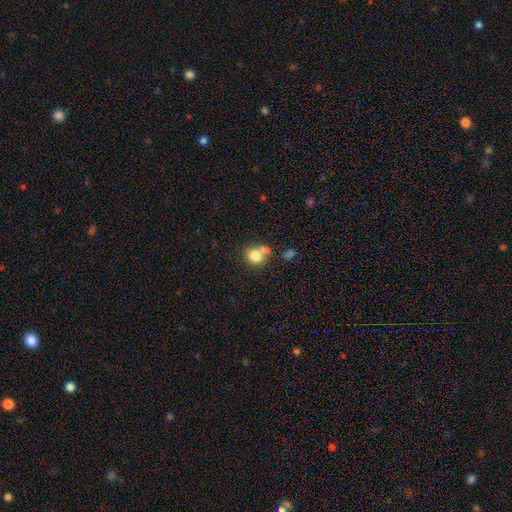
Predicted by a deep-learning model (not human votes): Morphology: type=smooth (79%); roundness=round (71%); merging=none (46%).